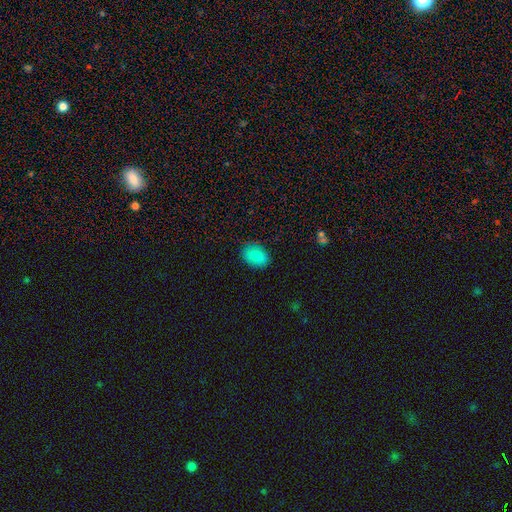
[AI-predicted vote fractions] The model was most divided on "how rounded": in between: 82%, round: 17%, cigar-shaped: 1%. More confident: smooth or featured — smooth (87%); merging — none (83%).